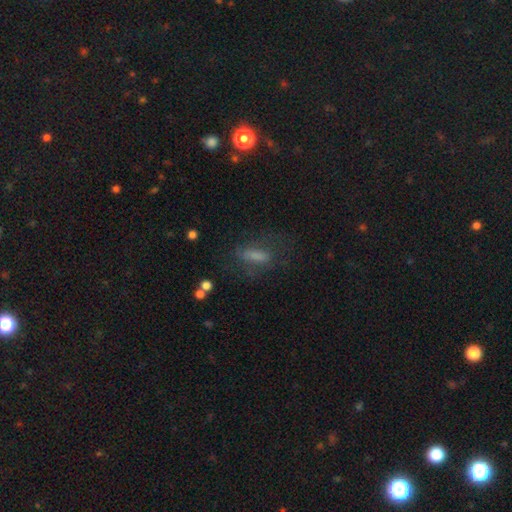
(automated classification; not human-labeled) smooth-or-featured: smooth: 64% | featured or disk: 23% | star or artifact: 13%
  how-rounded: in between: 53% | cigar-shaped: 42% | round: 5%
  merging: none: 59% | minor disturbance: 20% | major disturbance: 18% | merger: 3%